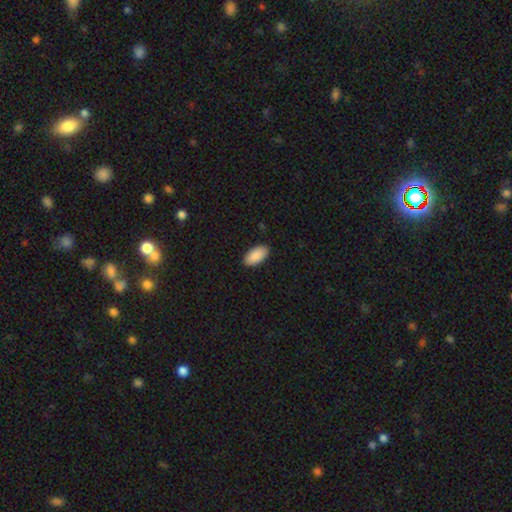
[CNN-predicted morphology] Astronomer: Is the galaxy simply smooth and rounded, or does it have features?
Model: smooth — 91%.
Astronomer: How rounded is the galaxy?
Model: in between — 95%.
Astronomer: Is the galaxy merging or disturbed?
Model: none — 90%.